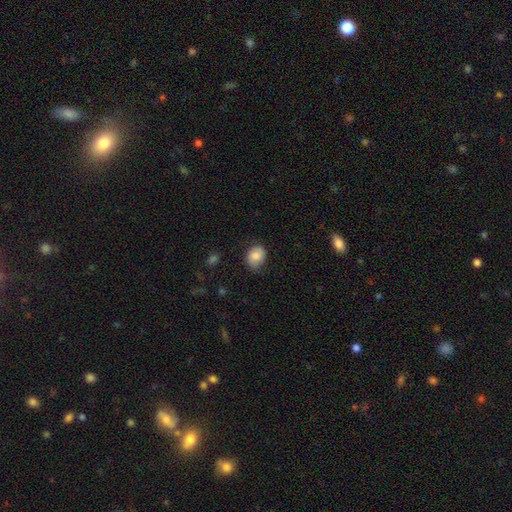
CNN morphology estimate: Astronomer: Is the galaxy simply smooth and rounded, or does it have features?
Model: smooth — 81%.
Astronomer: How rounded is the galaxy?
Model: in between — 50% (runner-up: round, 49%).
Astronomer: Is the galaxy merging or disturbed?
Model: none — 71%.